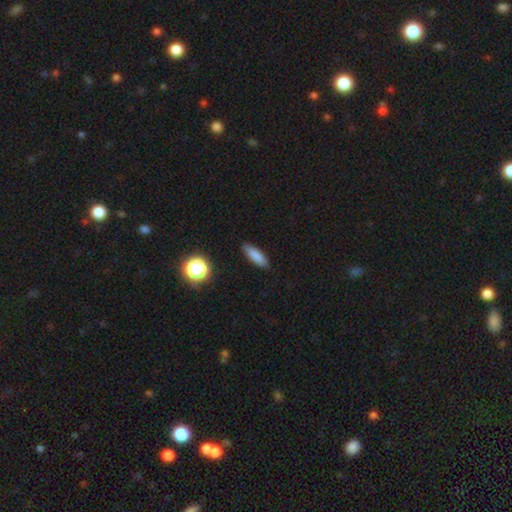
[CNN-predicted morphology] A smooth galaxy with no disk features (83%) that is cigar-shaped (49%). Merging: none (87%).